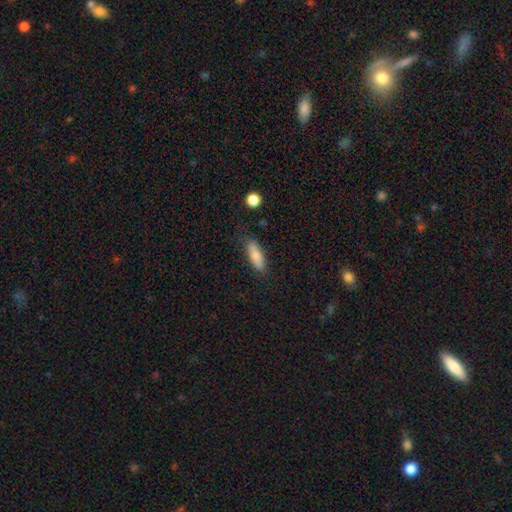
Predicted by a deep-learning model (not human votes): Smooth or featured: smooth — 81% (featured or disk — 13%)
How rounded: in between — 57% (cigar-shaped — 41%)
Merging: none — 79% (minor disturbance — 15%)